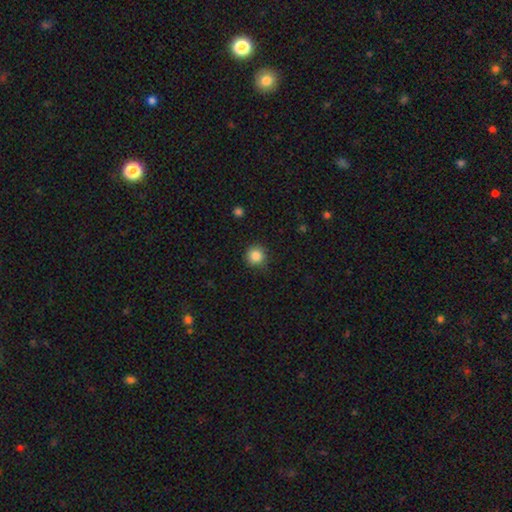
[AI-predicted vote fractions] Smooth or featured?
  - smooth: 86% *
  - star or artifact: 10%
  - featured or disk: 4%
How rounded?
  - round: 94% *
  - in between: 5%
  - cigar-shaped: 1%
Merging?
  - none: 88% *
  - minor disturbance: 9%
  - major disturbance: 2%
  - merger: 1%